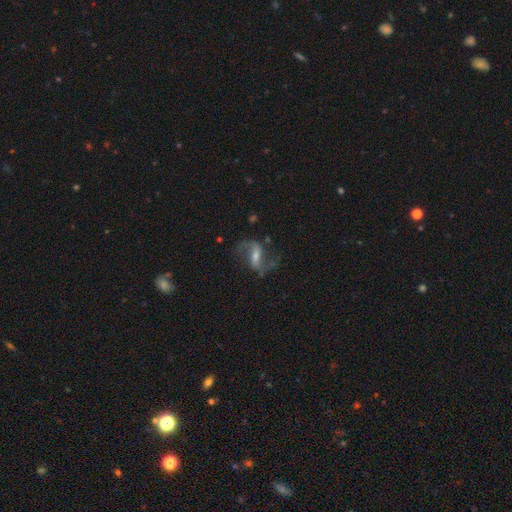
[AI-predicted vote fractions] Smooth or featured? featured or disk (81%)
Edge-on disk? no (95%)
Bar? weak (42%)
Spiral arms? yes (92%)
Spiral winding? loose (73%)
Spiral arm count? 2 (91%)
Bulge size? moderate (42%)
Merging? none (68%)